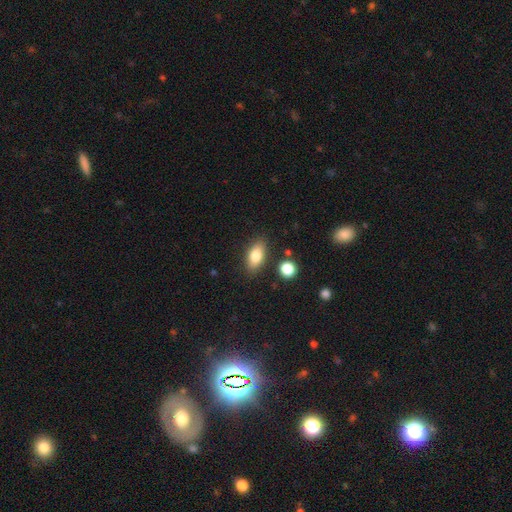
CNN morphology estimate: The model was most divided on "smooth or featured": smooth: 80%, featured or disk: 12%, star or artifact: 8%. More confident: how rounded — in between (85%); merging — none (84%).